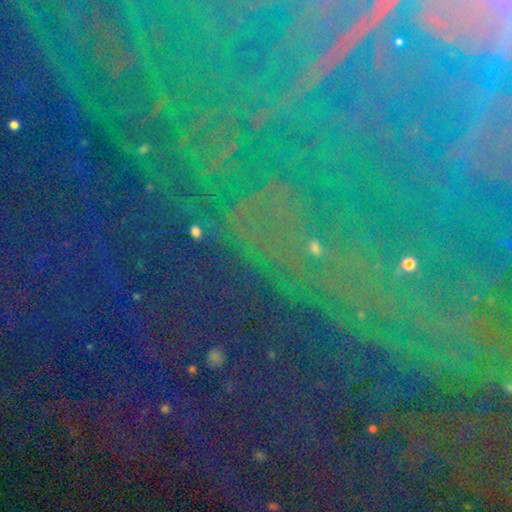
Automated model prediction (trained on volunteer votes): Smooth or featured? star or artifact (82%)